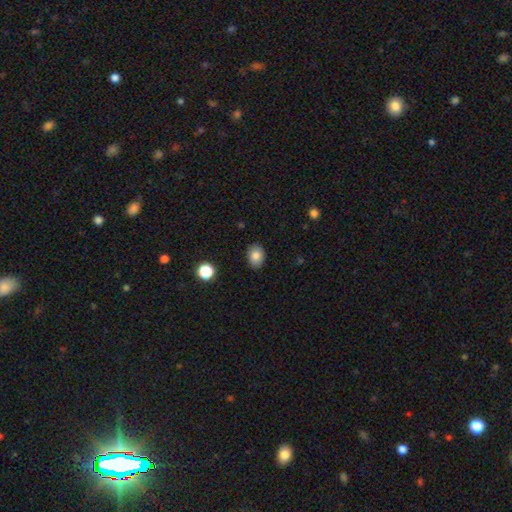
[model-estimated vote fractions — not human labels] Smooth or featured? smooth (84%)
How rounded? in between (70%)
Merging? none (88%)